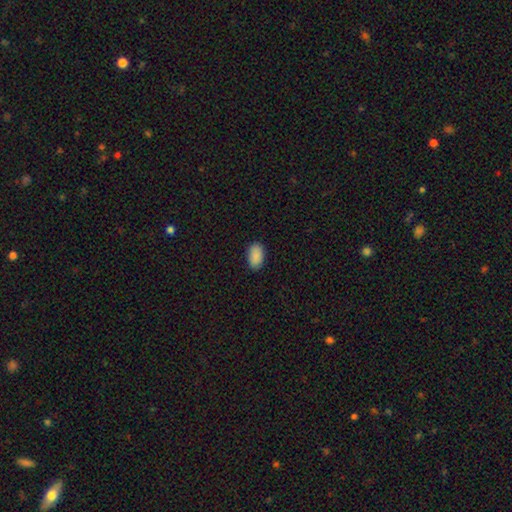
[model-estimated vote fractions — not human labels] smooth_or_featured: smooth (p=0.90) [alt: star or artifact p=0.07]
how_rounded: in between (p=0.93) [alt: round p=0.05]
merging: none (p=0.87) [alt: minor disturbance p=0.10]